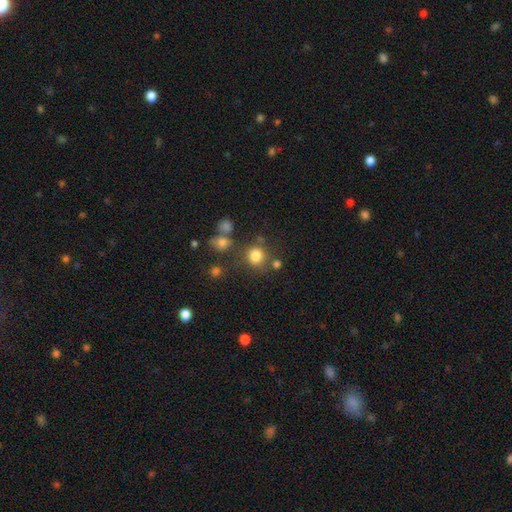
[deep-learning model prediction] Smooth or featured? Predicted: smooth (p=0.79). How rounded? Predicted: round (p=0.84). Merging? Predicted: none (p=0.70).